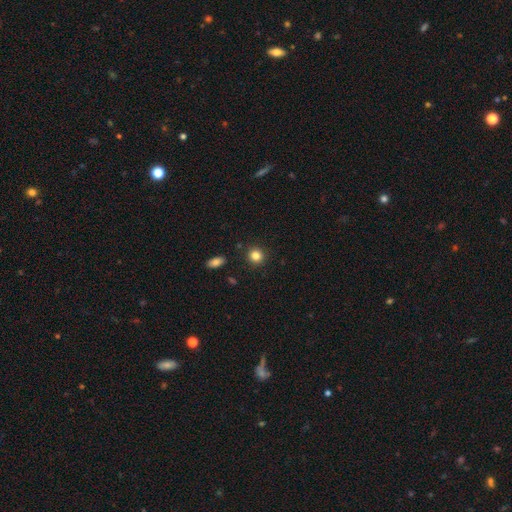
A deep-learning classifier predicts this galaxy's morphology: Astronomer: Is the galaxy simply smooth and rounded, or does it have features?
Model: smooth — 84%.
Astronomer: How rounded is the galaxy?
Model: round — 90%.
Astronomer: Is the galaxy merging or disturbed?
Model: none — 90%.